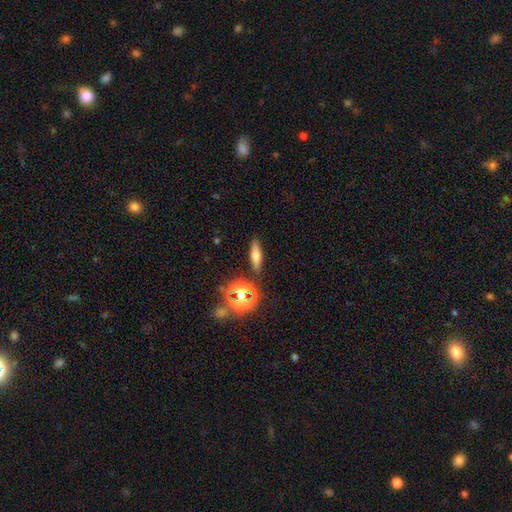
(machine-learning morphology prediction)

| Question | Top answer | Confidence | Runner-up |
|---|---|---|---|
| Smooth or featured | smooth | 52% | featured or disk (33%) |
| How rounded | cigar-shaped | 60% | in between (32%) |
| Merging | none | 87% | minor disturbance (8%) |